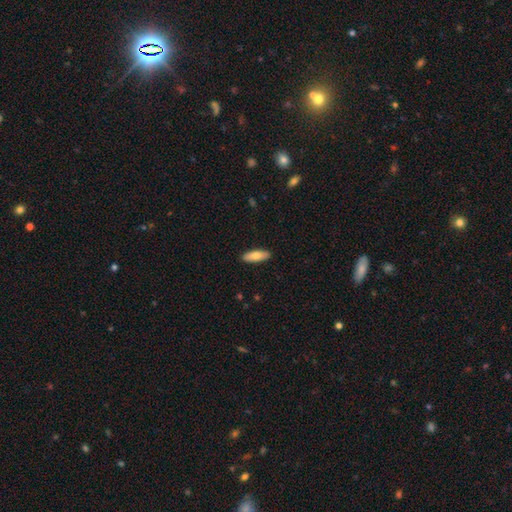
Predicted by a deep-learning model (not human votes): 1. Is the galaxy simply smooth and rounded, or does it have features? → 78% smooth, 16% featured or disk, 6% star or artifact.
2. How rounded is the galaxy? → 60% in between, 38% cigar-shaped, 2% round.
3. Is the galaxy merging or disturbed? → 90% none, 8% minor disturbance, 2% major disturbance, 1% merger.